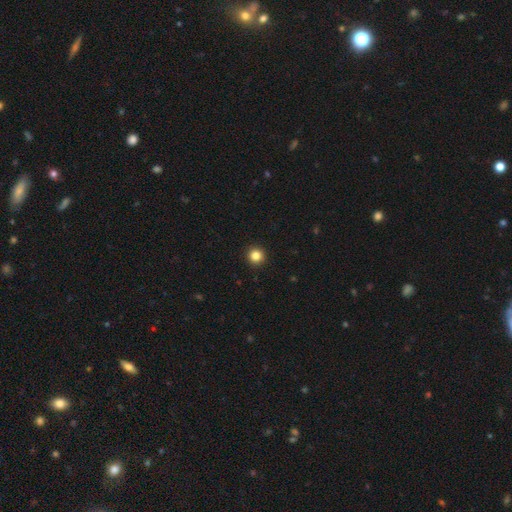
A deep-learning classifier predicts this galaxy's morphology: A smooth galaxy with no disk features (84%) that is round (95%).

Vote fractions:
- Smooth or featured? smooth: 84% / star or artifact: 12% / featured or disk: 4%
- How rounded? round: 95% / in between: 4% / cigar-shaped: 1%
- Merging? none: 94% / minor disturbance: 4% / major disturbance: 1% / merger: 1%